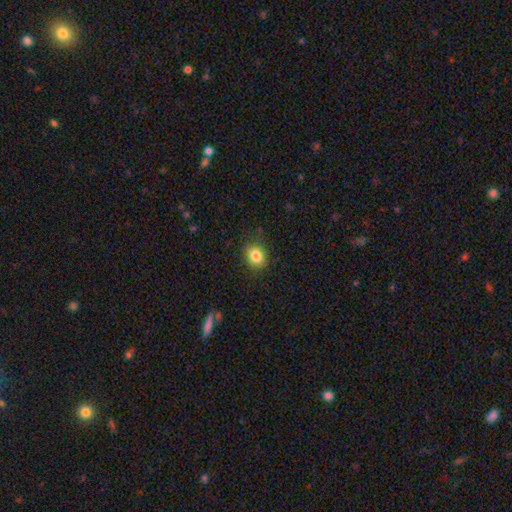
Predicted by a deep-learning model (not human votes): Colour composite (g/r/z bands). It shows a smooth galaxy with no disk features (84%) that is round (54%). Merging: none (85%).